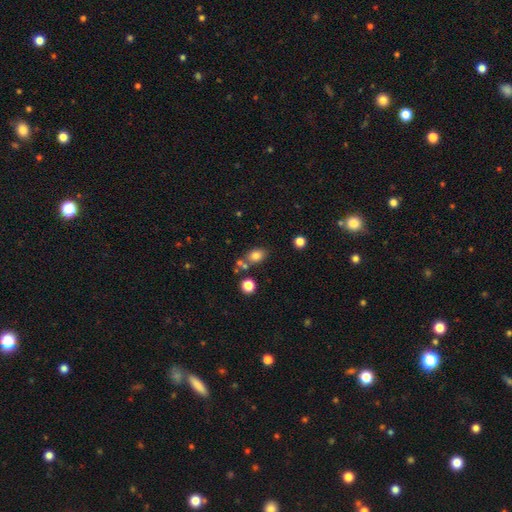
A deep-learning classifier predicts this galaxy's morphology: The model was most divided on "how rounded": in between: 61%, round: 37%, cigar-shaped: 1%. More confident: smooth or featured — smooth (79%); merging — none (67%).